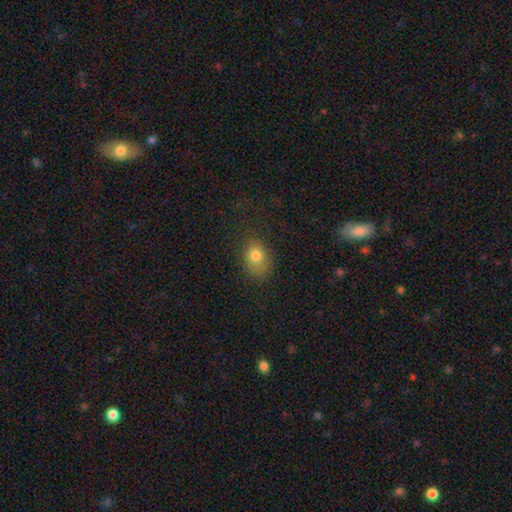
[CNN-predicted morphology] Overall: smooth (78%). How rounded: in between (62%; round 37%). Merging: none (69%).